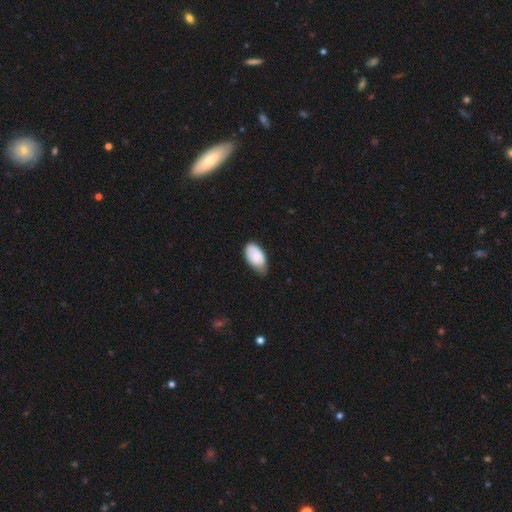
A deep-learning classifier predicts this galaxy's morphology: Q: Smooth or featured?
A: smooth (79%); runner-up: featured or disk (15%)
Q: How rounded?
A: in between (95%); runner-up: round (3%)
Q: Merging?
A: none (52%); runner-up: minor disturbance (40%)